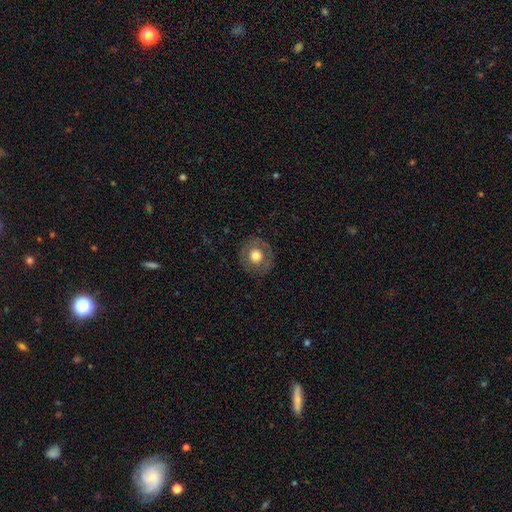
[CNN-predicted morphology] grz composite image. It shows a smooth galaxy with no disk features (59%) that is round (89%). Merging: none (82%).